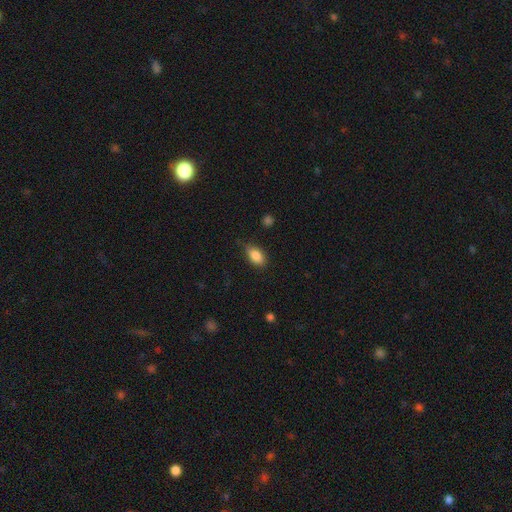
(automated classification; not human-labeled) Q: Smooth or featured?
A: smooth (86%); runner-up: star or artifact (8%)
Q: How rounded?
A: in between (89%); runner-up: round (8%)
Q: Merging?
A: none (77%); runner-up: minor disturbance (19%)